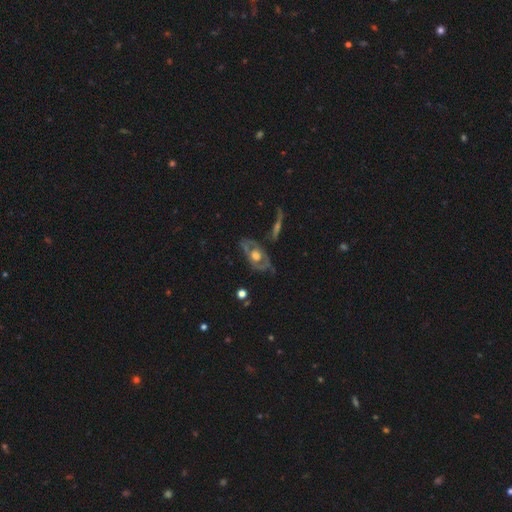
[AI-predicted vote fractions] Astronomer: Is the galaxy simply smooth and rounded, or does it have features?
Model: featured or disk — 68%.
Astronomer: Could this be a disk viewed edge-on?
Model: no — 87%.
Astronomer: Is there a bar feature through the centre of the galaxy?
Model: no — 84%.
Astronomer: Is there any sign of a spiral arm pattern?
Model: no — 62% (runner-up: yes, 38%).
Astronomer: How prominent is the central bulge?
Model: moderate — 57%.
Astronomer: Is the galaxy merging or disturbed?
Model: none — 59%.